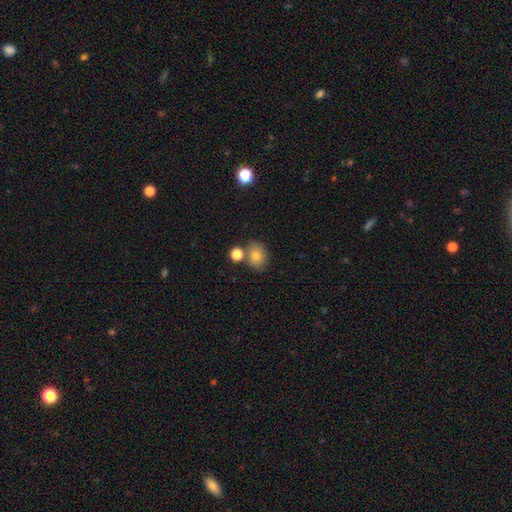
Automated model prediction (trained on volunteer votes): Overall: smooth (76%). How rounded: round (56%; in between 43%). Merging: none (66%).